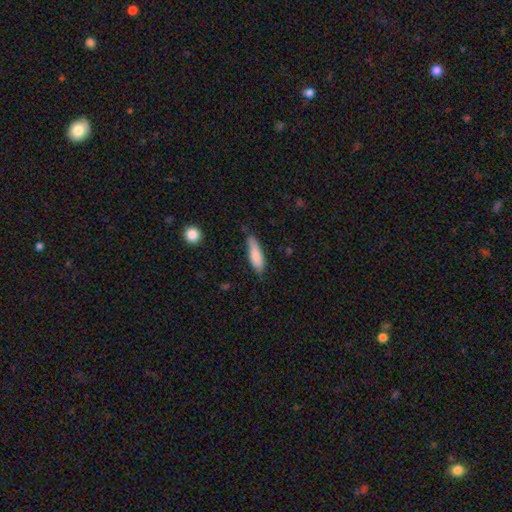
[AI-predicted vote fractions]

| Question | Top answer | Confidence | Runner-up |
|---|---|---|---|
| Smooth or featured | smooth | 80% | featured or disk (14%) |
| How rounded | cigar-shaped | 60% | in between (38%) |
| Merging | none | 70% | minor disturbance (24%) |